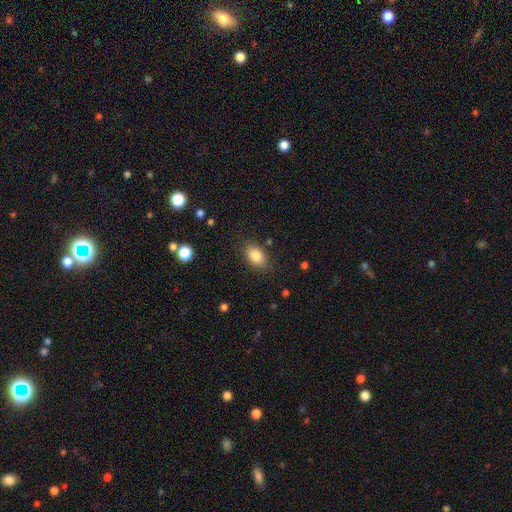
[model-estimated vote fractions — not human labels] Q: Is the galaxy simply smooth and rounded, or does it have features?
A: smooth — 84%.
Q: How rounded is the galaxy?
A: in between — 86%.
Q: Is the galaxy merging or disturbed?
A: none — 83%.